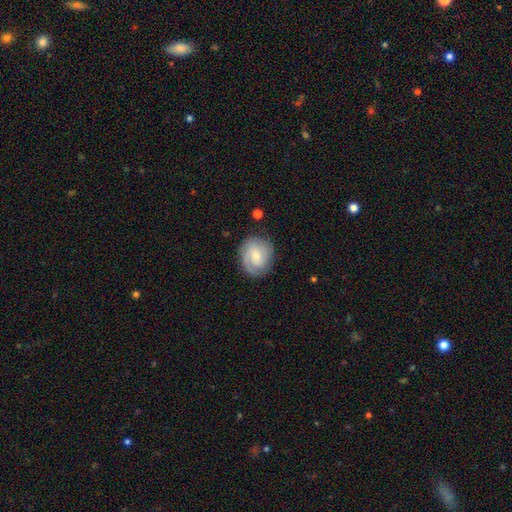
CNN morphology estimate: Smooth or featured: featured or disk — 65% (smooth — 29%)
Edge-on disk: no — 97% (yes — 3%)
Bar: no — 62% (weak — 32%)
Spiral arms: yes — 90% (no — 10%)
Spiral winding: tight — 56% (medium — 33%)
Spiral arm count: 2 — 37% (can't tell — 25%)
Bulge size: small — 61% (moderate — 34%)
Merging: none — 77% (minor disturbance — 16%)